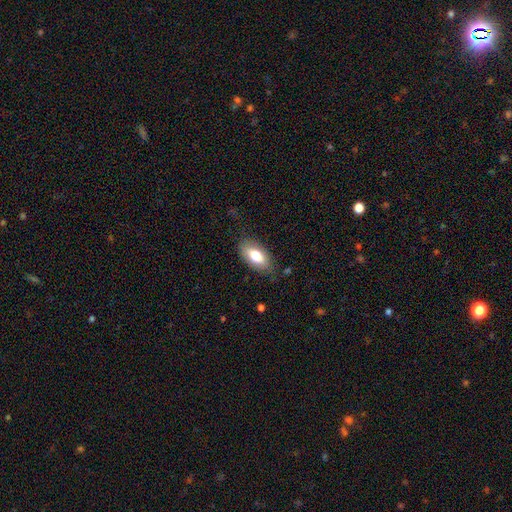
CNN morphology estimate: Smooth or featured? smooth (75%)
How rounded? in between (90%)
Merging? none (80%)